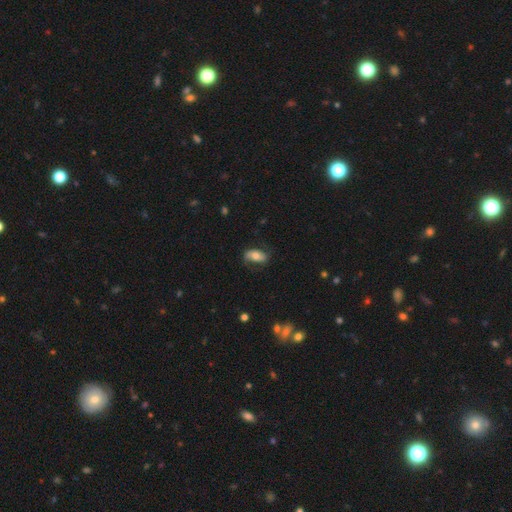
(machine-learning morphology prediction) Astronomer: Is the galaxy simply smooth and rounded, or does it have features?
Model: featured or disk — 46%, tied with smooth at 46%.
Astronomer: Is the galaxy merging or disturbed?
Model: none — 64%.